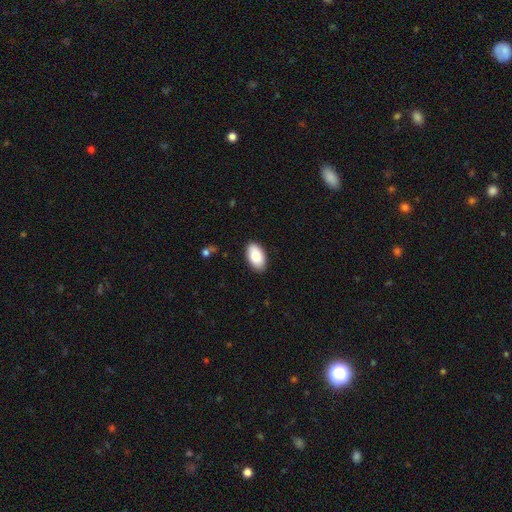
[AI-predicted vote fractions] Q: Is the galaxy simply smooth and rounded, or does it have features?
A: smooth — 88%.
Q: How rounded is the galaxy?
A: in between — 95%.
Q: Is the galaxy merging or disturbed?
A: none — 88%.